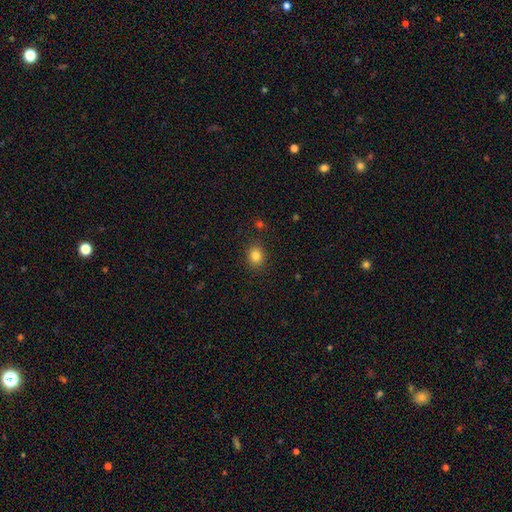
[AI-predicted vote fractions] A smooth galaxy with no disk features (83%) that is round (61%).

Vote fractions:
- Smooth or featured? smooth: 83% / star or artifact: 11% / featured or disk: 6%
- How rounded? round: 61% / in between: 38% / cigar-shaped: 1%
- Merging? none: 87% / minor disturbance: 9% / major disturbance: 3% / merger: 2%